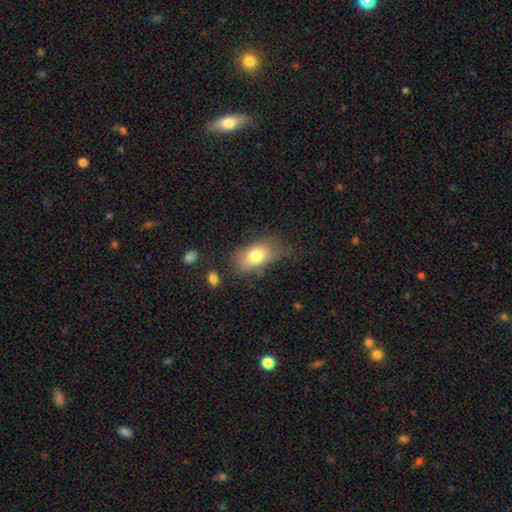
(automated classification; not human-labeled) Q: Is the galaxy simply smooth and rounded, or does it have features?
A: smooth — 76%.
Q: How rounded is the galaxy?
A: in between — 86%.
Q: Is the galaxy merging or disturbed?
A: none — 55%.